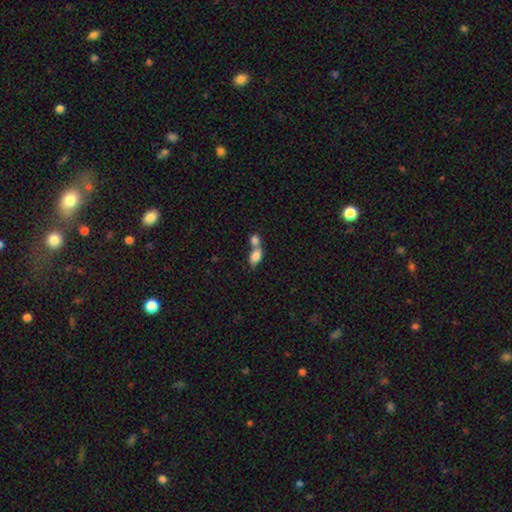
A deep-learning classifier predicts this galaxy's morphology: smooth 82%, featured or disk 10%, star or artifact 8%. Down the decision tree: how rounded — in between (86%); merging — merger (67%).